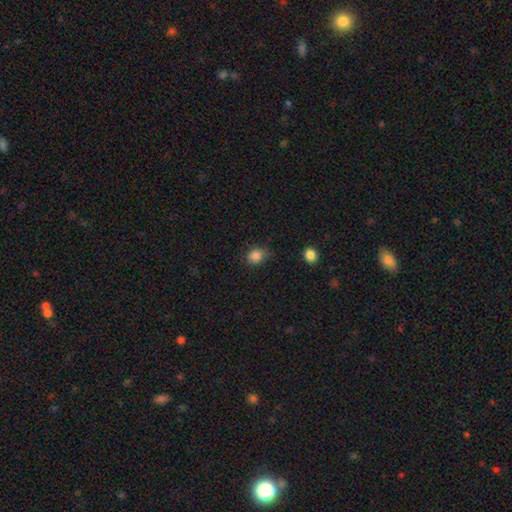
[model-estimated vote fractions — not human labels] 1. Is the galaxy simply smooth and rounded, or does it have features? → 84% smooth, 11% star or artifact, 5% featured or disk.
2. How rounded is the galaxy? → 61% round, 38% in between, 1% cigar-shaped.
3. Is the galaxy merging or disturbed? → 69% none, 24% minor disturbance, 5% major disturbance, 2% merger.